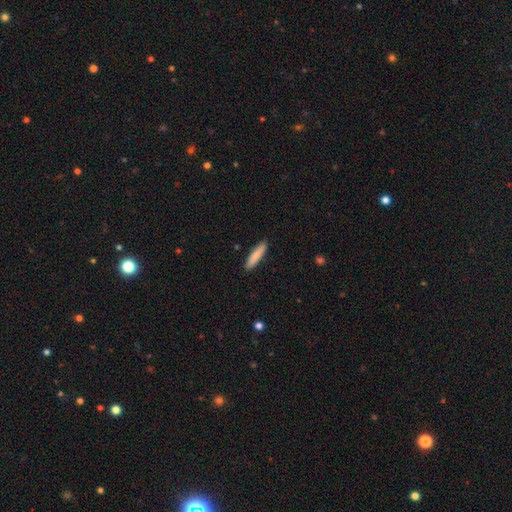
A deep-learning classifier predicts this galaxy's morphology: Q: Smooth or featured?
A: smooth (84%); runner-up: featured or disk (11%)
Q: How rounded?
A: cigar-shaped (84%); runner-up: in between (14%)
Q: Merging?
A: none (90%); runner-up: minor disturbance (8%)